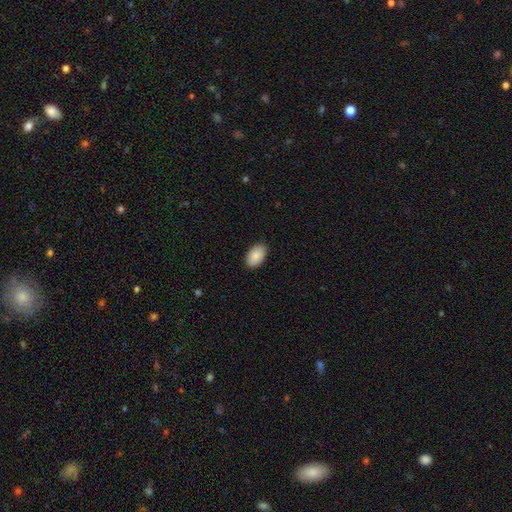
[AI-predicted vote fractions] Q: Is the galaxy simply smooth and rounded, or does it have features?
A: smooth — 88%.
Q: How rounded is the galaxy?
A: in between — 94%.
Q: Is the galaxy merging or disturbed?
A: none — 88%.